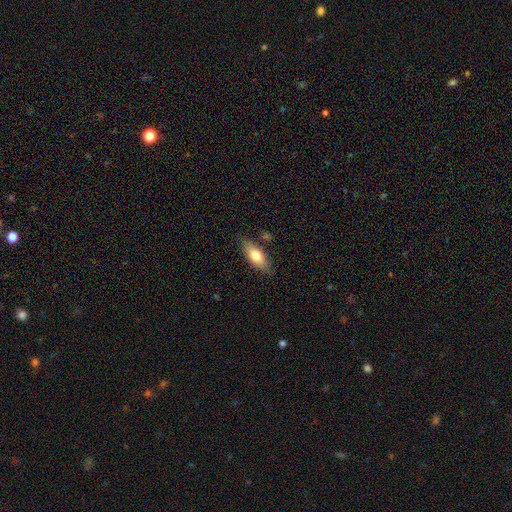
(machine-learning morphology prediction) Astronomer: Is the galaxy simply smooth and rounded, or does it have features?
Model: smooth — 71%.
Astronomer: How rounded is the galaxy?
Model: in between — 73%.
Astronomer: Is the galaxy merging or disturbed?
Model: none — 81%.